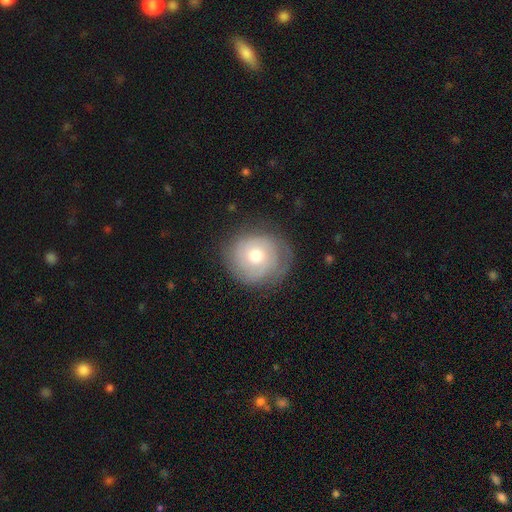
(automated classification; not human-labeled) Overall: featured or disk (53%; smooth 40%). Edge-on disk: no (97%). Bar: no (80%). Spiral arms: yes (78%). Bulge size: moderate (67%). Merging: none (72%).